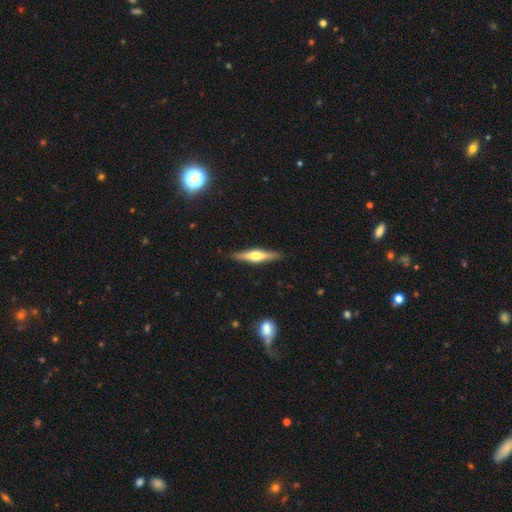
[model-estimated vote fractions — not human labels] A featured or disk galaxy (62%) viewed edge-on (96%) with a rounded central bulge (91%).

Vote fractions:
- Smooth or featured? featured or disk: 62% / smooth: 33% / star or artifact: 5%
- Edge-on disk? yes: 96% / no: 4%
- Edge-on bulge? rounded: 91% / boxy: 5% / none: 3%
- Merging? none: 90% / minor disturbance: 8% / major disturbance: 2% / merger: 1%